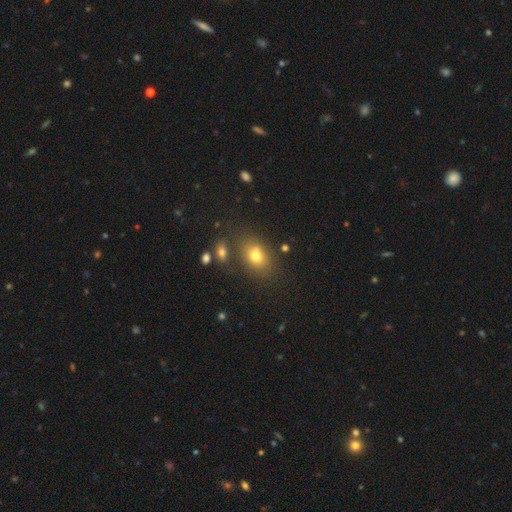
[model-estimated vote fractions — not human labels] This appears to be a smooth galaxy with no disk features (75%) that is in between round and cigar-shaped (74%). Merging: none (69%).